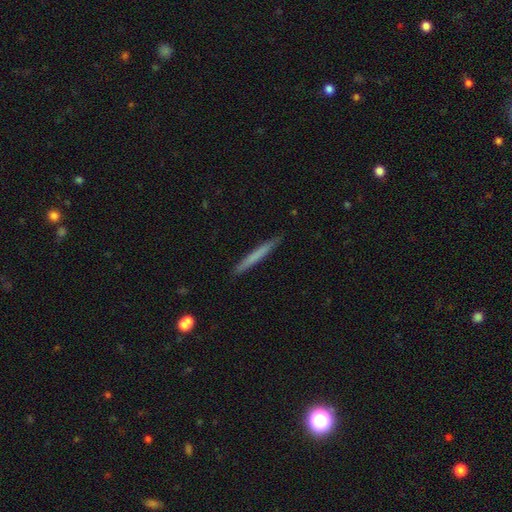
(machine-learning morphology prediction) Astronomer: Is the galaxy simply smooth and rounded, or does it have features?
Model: smooth — 64%.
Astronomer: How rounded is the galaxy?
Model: cigar-shaped — 97%.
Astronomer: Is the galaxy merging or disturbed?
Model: none — 90%.